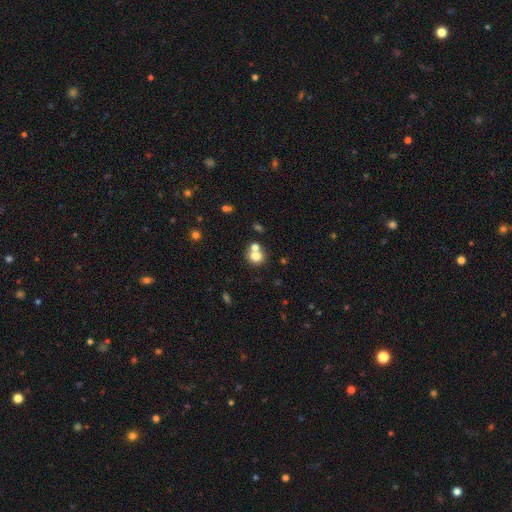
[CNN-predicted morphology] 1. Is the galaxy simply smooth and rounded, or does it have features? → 75% smooth, 13% star or artifact, 12% featured or disk.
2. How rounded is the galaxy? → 80% round, 19% in between, 1% cigar-shaped.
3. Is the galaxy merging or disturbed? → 49% none, 40% merger, 8% minor disturbance, 3% major disturbance.